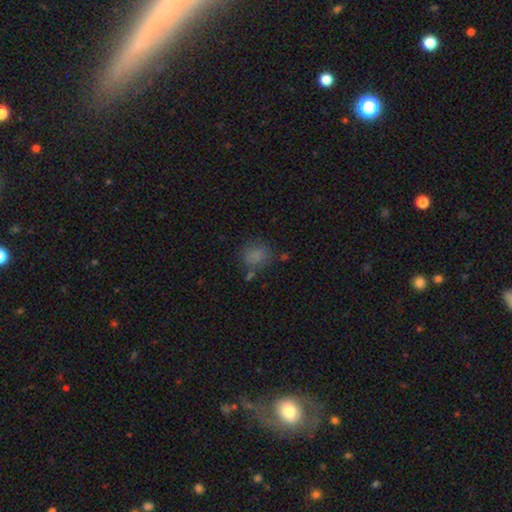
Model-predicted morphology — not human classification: A smooth galaxy with no disk features (78%) that is round (69%).

Vote fractions:
- Smooth or featured? smooth: 78% / star or artifact: 14% / featured or disk: 8%
- How rounded? round: 69% / in between: 30% / cigar-shaped: 1%
- Merging? none: 64% / minor disturbance: 17% / merger: 11% / major disturbance: 7%